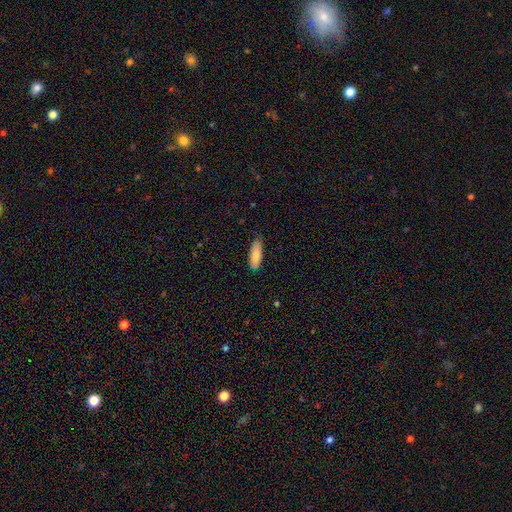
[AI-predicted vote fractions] This is clearly a smooth galaxy (83%). How rounded: likely in between (61%). Merging: likely none (79%).